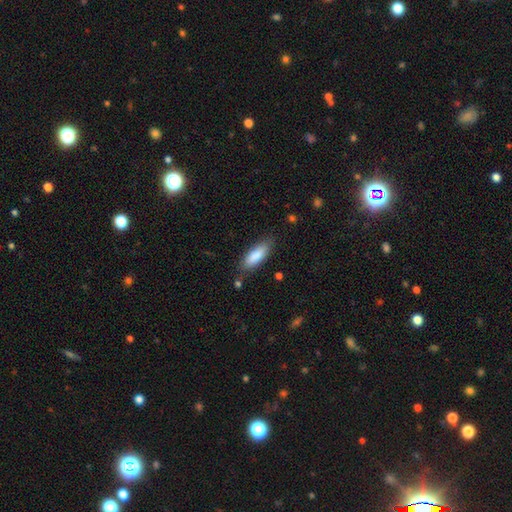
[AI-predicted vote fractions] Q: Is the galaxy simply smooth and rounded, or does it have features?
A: smooth — 86%.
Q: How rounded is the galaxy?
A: in between — 65%.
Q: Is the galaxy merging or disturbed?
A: none — 80%.